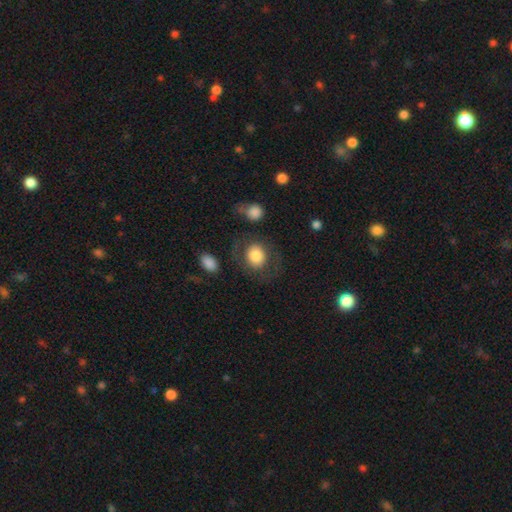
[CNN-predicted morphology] Q: Smooth or featured?
A: smooth (73%); runner-up: featured or disk (20%)
Q: How rounded?
A: round (64%); runner-up: in between (35%)
Q: Merging?
A: none (70%); runner-up: minor disturbance (14%)